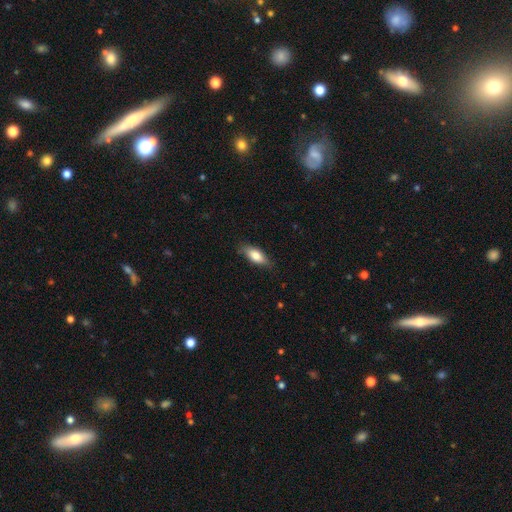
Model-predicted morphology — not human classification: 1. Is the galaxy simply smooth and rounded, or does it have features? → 77% smooth, 17% featured or disk, 6% star or artifact.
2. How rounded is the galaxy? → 75% in between, 22% cigar-shaped, 3% round.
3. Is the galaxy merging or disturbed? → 79% none, 17% minor disturbance, 3% major disturbance, 1% merger.